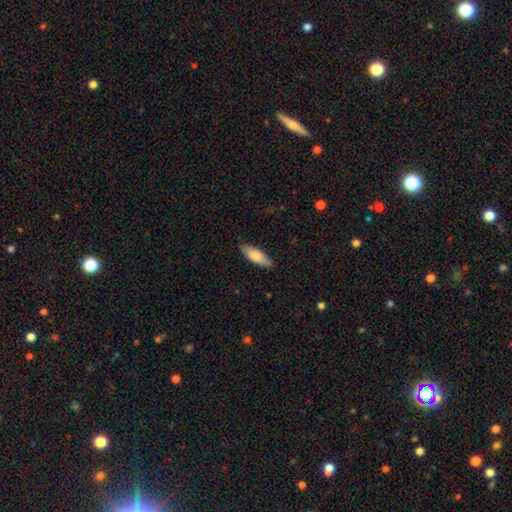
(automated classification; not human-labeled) Smooth or featured? Predicted: smooth (p=0.80). How rounded? Predicted: in between (p=0.61). Merging? Predicted: none (p=0.86).